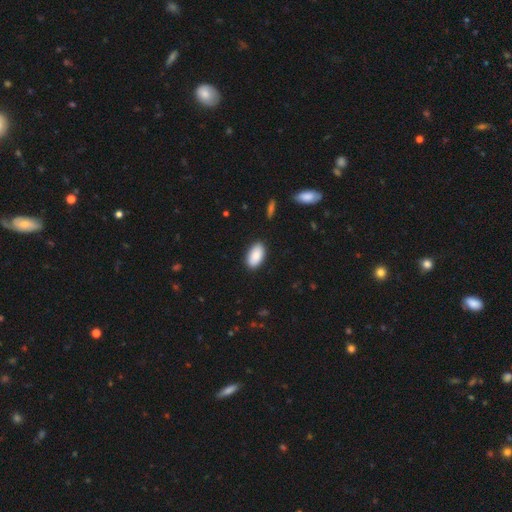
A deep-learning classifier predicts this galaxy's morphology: A smooth galaxy with no disk features (89%) that is in between round and cigar-shaped (95%).

Vote fractions:
- Smooth or featured? smooth: 89% / star or artifact: 6% / featured or disk: 5%
- How rounded? in between: 95% / round: 3% / cigar-shaped: 2%
- Merging? none: 88% / minor disturbance: 9% / major disturbance: 2% / merger: 1%